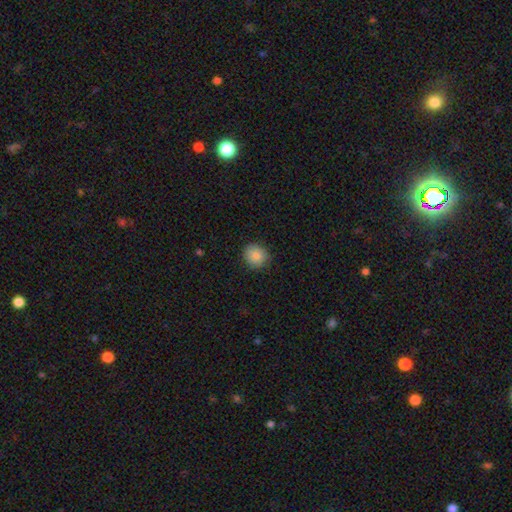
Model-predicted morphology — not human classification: This is clearly a smooth galaxy (86%). How rounded: clearly round (85%). Merging: clearly none (86%).